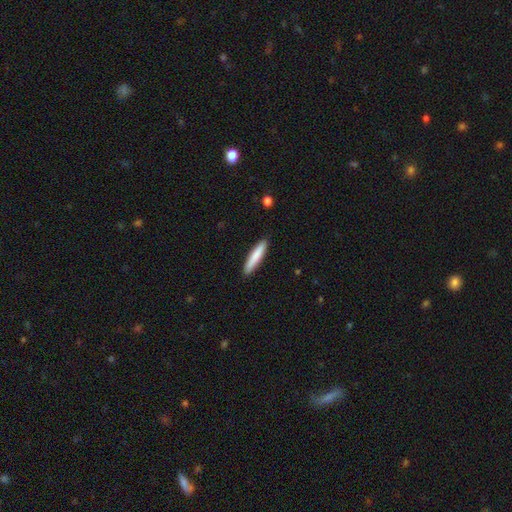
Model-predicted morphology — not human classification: This is clearly a smooth galaxy (81%). How rounded: clearly cigar-shaped (90%). Merging: clearly none (90%).